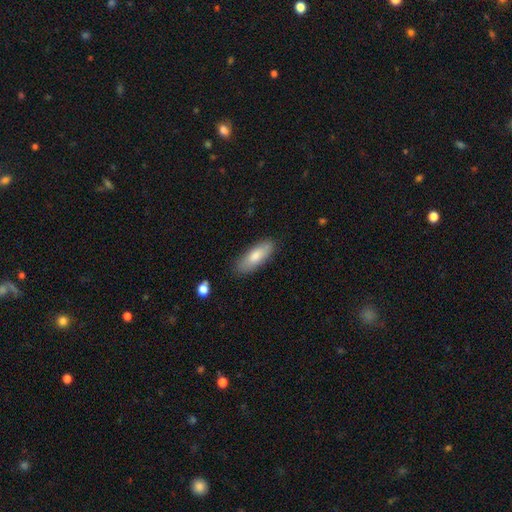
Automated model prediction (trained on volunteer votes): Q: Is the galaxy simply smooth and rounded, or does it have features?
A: smooth — 79%.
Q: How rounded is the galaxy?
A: in between — 65%.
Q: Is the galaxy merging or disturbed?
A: none — 83%.